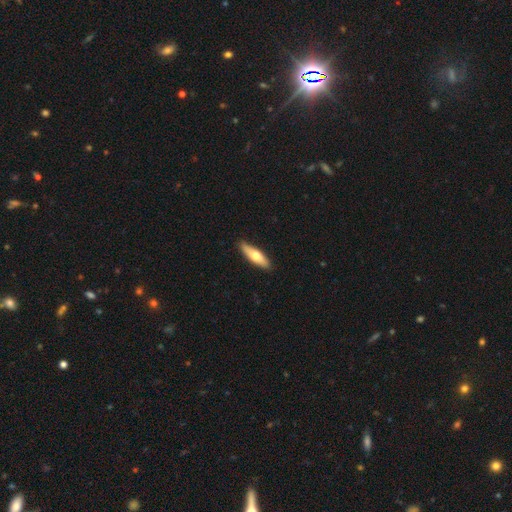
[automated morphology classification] Smooth or featured? Predicted: smooth (p=0.60). How rounded? Predicted: cigar-shaped (p=0.58). Merging? Predicted: none (p=0.89).